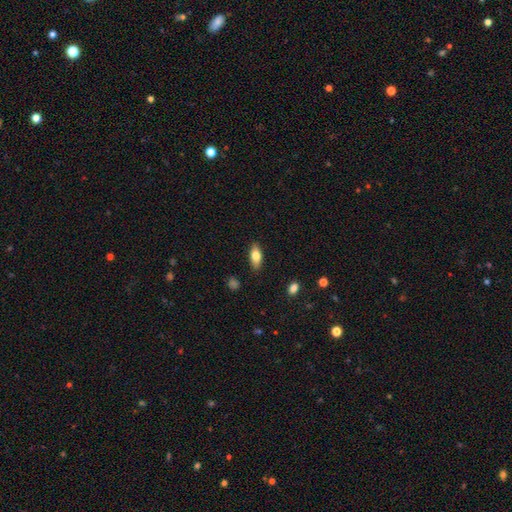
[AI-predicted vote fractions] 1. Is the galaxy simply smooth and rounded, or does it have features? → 74% smooth, 19% featured or disk, 7% star or artifact.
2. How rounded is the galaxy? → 81% in between, 16% cigar-shaped, 3% round.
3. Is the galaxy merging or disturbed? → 86% none, 10% minor disturbance, 2% major disturbance, 1% merger.